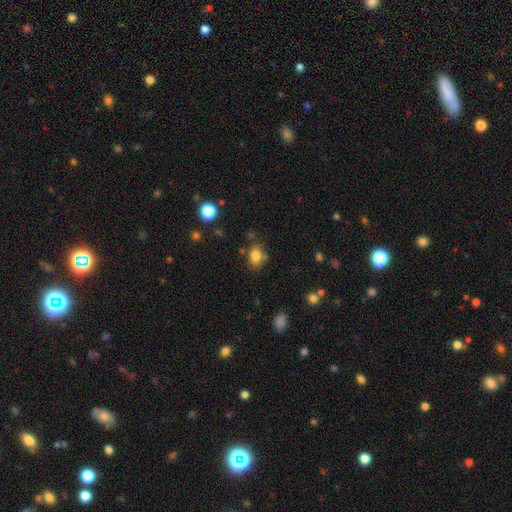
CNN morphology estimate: Smooth or featured?
  - smooth: 82% *
  - star or artifact: 10%
  - featured or disk: 7%
How rounded?
  - in between: 74% *
  - round: 25%
  - cigar-shaped: 1%
Merging?
  - none: 70% *
  - minor disturbance: 17%
  - merger: 8%
  - major disturbance: 5%